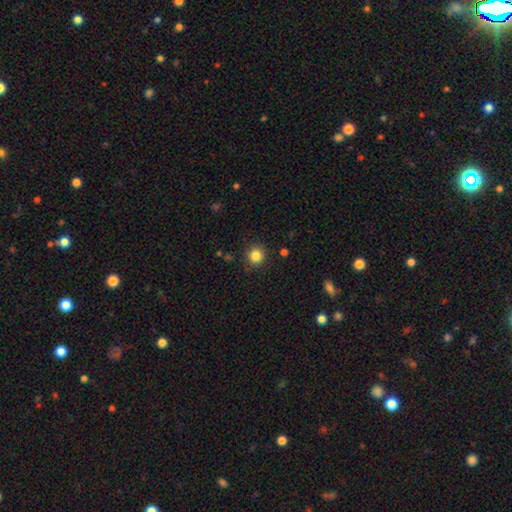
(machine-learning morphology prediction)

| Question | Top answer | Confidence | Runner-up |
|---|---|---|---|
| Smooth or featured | smooth | 84% | star or artifact (11%) |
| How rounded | round | 91% | in between (8%) |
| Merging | none | 88% | minor disturbance (8%) |